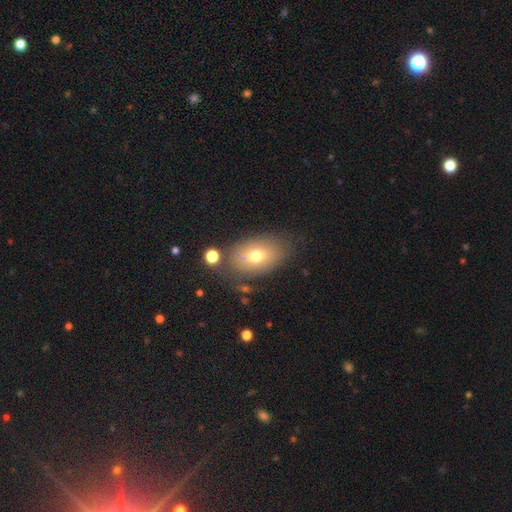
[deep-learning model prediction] Q: Smooth or featured?
A: smooth (64%); runner-up: featured or disk (26%)
Q: How rounded?
A: in between (84%); runner-up: round (14%)
Q: Merging?
A: none (69%); runner-up: minor disturbance (18%)